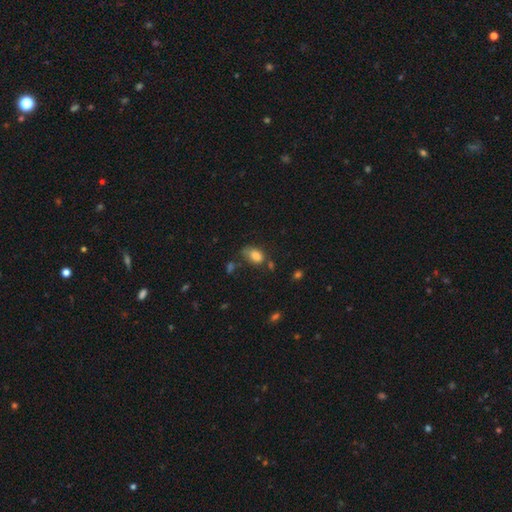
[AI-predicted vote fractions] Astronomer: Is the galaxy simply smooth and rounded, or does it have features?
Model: smooth — 82%.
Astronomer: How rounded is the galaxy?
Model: in between — 87%.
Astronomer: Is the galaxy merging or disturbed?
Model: none — 50% (runner-up: minor disturbance, 28%).